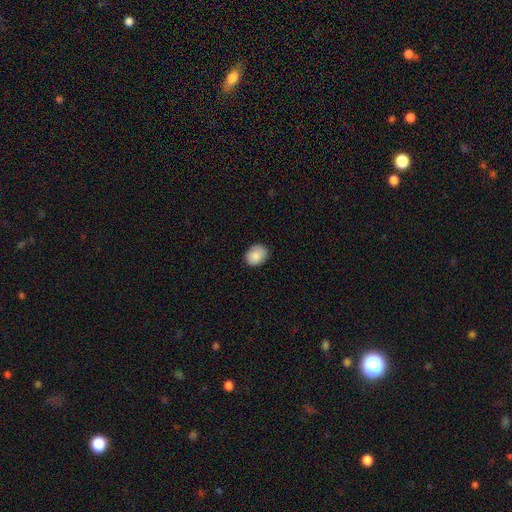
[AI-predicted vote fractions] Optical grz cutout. It shows a smooth galaxy with no disk features (88%) that is in between round and cigar-shaped (58%). Merging: none (86%).